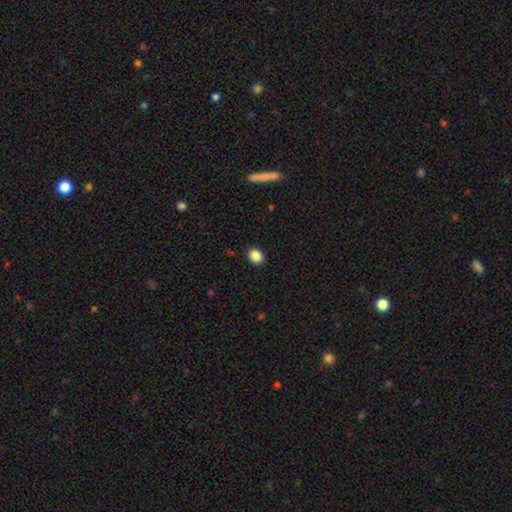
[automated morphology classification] Smooth or featured?
  - smooth: 87% *
  - star or artifact: 9%
  - featured or disk: 3%
How rounded?
  - in between: 57% *
  - round: 42%
  - cigar-shaped: 1%
Merging?
  - none: 90% *
  - minor disturbance: 7%
  - major disturbance: 2%
  - merger: 1%